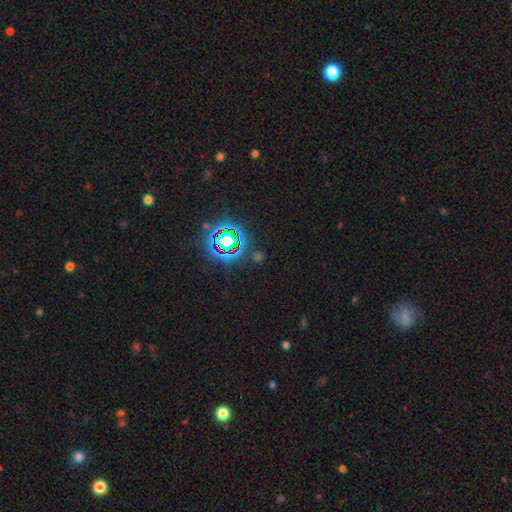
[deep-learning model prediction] A star or artifact, not a galaxy (73%).

Vote fractions:
- Smooth or featured? star or artifact: 73% / smooth: 19% / featured or disk: 9%